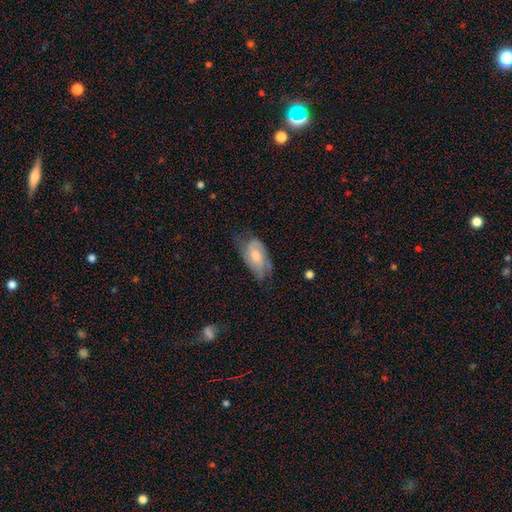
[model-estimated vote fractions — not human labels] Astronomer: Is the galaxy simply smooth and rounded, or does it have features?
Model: featured or disk — 48% (runner-up: smooth, 45%).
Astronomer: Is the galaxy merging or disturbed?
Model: none — 53% (runner-up: minor disturbance, 32%).